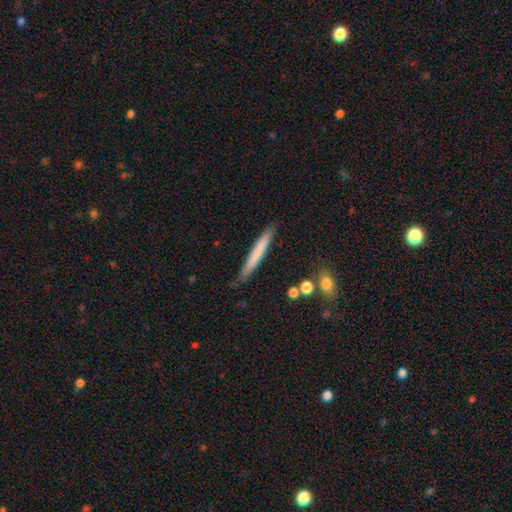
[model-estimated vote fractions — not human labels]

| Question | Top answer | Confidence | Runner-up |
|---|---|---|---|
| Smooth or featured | smooth | 69% | featured or disk (25%) |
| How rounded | cigar-shaped | 96% | in between (3%) |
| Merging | none | 87% | minor disturbance (10%) |